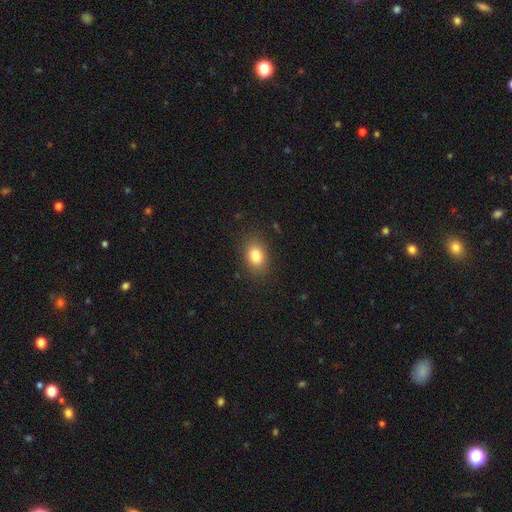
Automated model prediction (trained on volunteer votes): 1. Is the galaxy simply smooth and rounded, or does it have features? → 82% smooth, 10% star or artifact, 8% featured or disk.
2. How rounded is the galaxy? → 77% in between, 22% round, 1% cigar-shaped.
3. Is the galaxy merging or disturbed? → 85% none, 10% minor disturbance, 3% major disturbance, 1% merger.